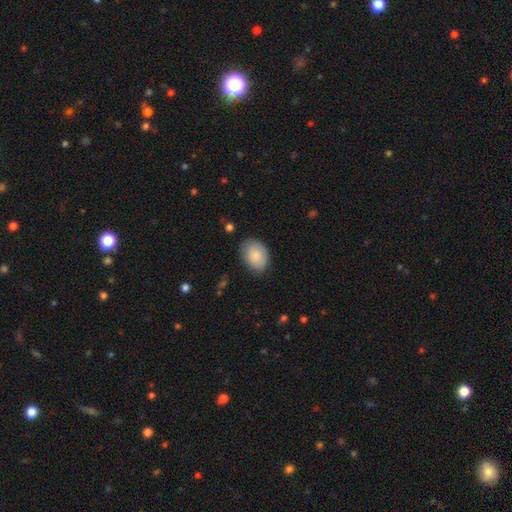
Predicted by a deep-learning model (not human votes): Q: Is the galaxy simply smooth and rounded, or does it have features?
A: smooth — 86%.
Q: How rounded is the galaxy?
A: in between — 81%.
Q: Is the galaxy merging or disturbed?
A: none — 77%.